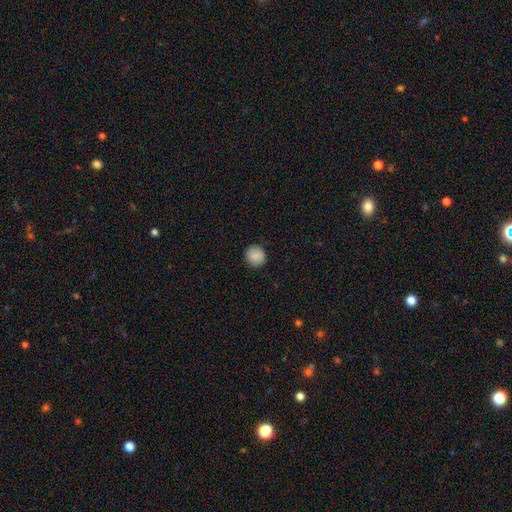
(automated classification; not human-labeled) Smooth or featured?
  - smooth: 88% *
  - star or artifact: 8%
  - featured or disk: 4%
How rounded?
  - round: 93% *
  - in between: 6%
  - cigar-shaped: 1%
Merging?
  - none: 90% *
  - minor disturbance: 7%
  - major disturbance: 2%
  - merger: 1%